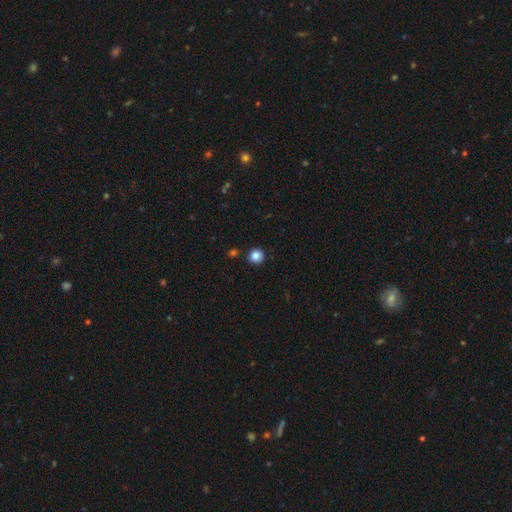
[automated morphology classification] This is clearly a smooth galaxy (85%). How rounded: clearly round (92%). Merging: clearly none (87%).